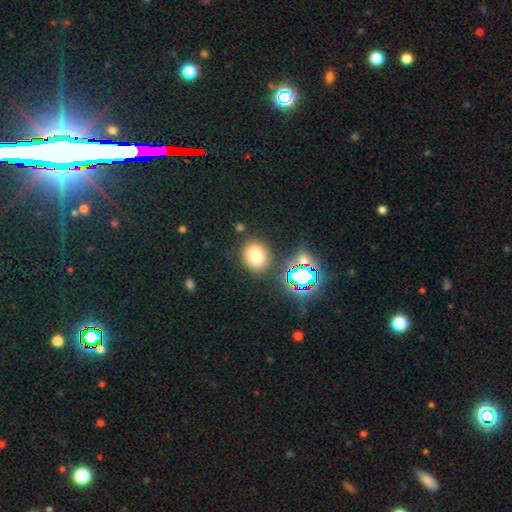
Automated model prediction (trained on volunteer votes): smooth-or-featured: smooth: 74% | star or artifact: 18% | featured or disk: 8%
  how-rounded: round: 63% | in between: 36% | cigar-shaped: 1%
  merging: none: 82% | minor disturbance: 10% | merger: 5% | major disturbance: 3%